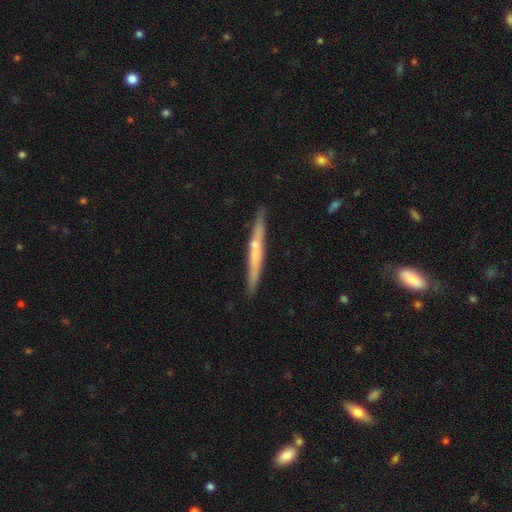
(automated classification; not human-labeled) featured or disk 55%, smooth 39%, star or artifact 6%. Down the decision tree: edge-on disk — yes (96%); edge-on bulge — none (59%); merging — none (87%).